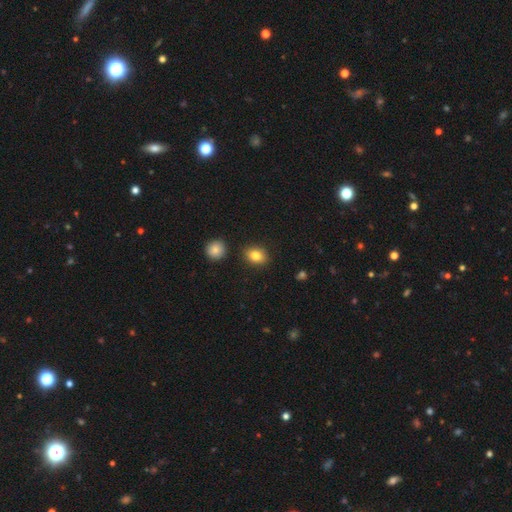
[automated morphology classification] Overall: smooth (82%). How rounded: in between (53%; round 46%). Merging: none (87%).